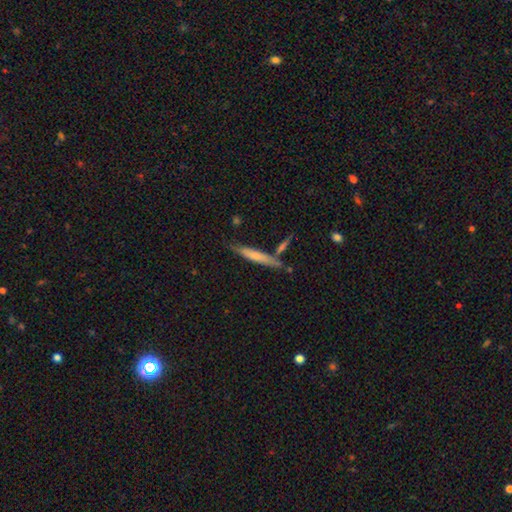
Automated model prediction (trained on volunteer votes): Smooth or featured? Predicted: smooth (p=0.60). How rounded? Predicted: cigar-shaped (p=0.91). Merging? Predicted: none (p=0.71).